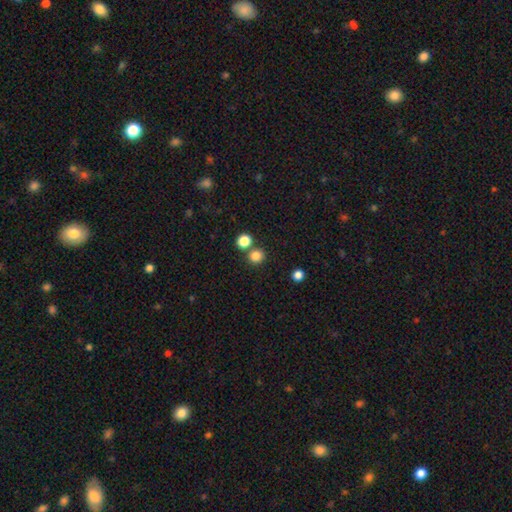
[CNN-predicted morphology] Smooth or featured? smooth (82%)
How rounded? round (87%)
Merging? none (73%)